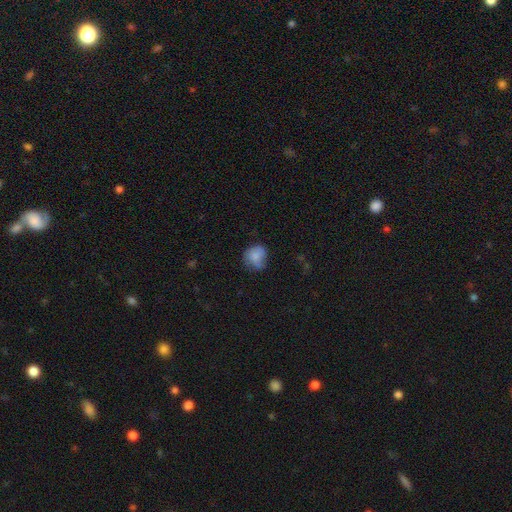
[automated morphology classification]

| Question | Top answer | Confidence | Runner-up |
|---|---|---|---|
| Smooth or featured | smooth | 78% | featured or disk (13%) |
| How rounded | round | 64% | in between (35%) |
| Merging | none | 46% | minor disturbance (35%) |